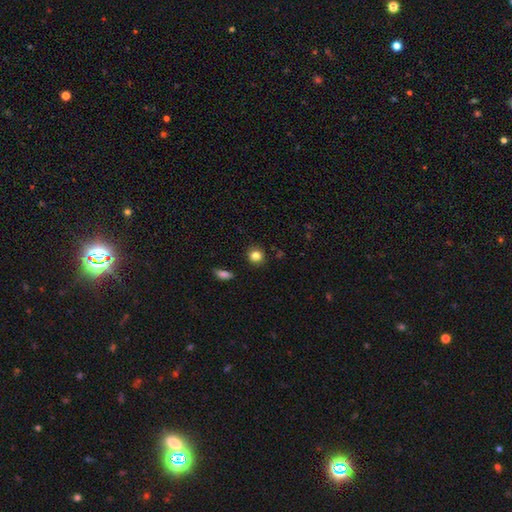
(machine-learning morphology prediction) Q: Smooth or featured?
A: smooth (83%); runner-up: star or artifact (11%)
Q: How rounded?
A: round (86%); runner-up: in between (13%)
Q: Merging?
A: none (87%); runner-up: minor disturbance (9%)